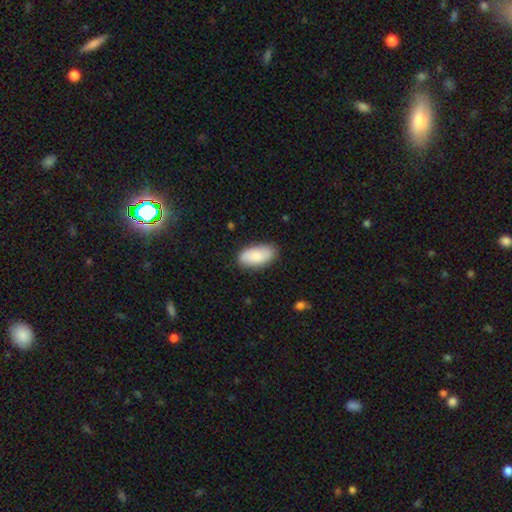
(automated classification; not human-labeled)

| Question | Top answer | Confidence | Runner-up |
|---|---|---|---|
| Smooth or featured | smooth | 86% | featured or disk (8%) |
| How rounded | in between | 93% | cigar-shaped (5%) |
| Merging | none | 83% | minor disturbance (13%) |